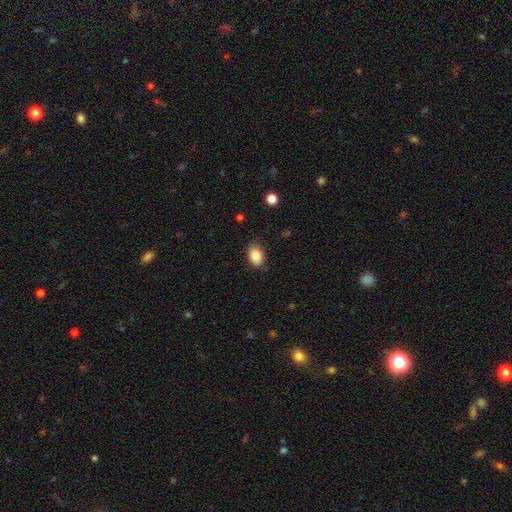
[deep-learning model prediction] Smooth or featured: smooth — 86% (star or artifact — 8%)
How rounded: in between — 81% (round — 18%)
Merging: none — 82% (minor disturbance — 14%)